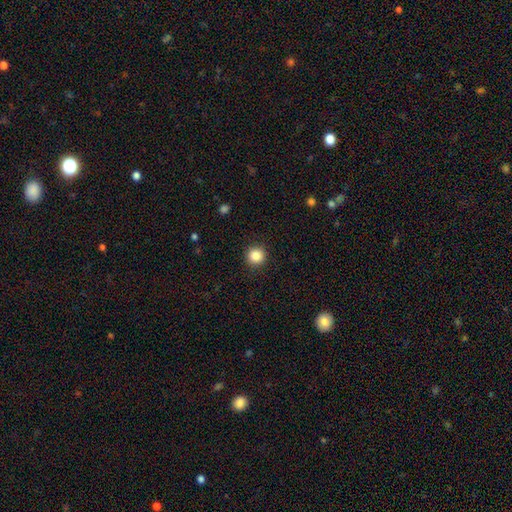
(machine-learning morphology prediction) The model was most divided on "smooth or featured": smooth: 85%, star or artifact: 11%, featured or disk: 4%. More confident: how rounded — round (94%); merging — none (92%).